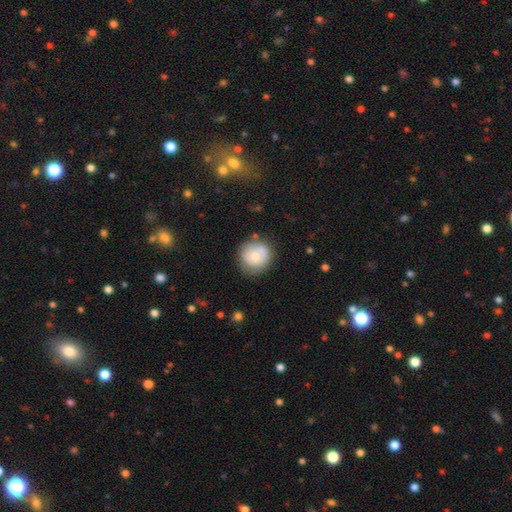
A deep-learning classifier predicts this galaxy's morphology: Smooth or featured? Predicted: smooth (p=0.62). How rounded? Predicted: round (p=0.89). Merging? Predicted: none (p=0.68).